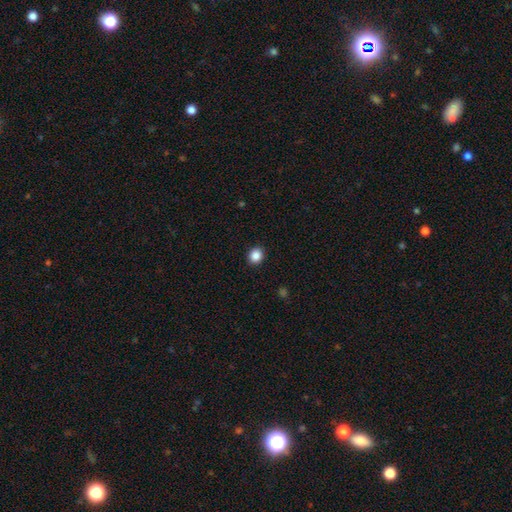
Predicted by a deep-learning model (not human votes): The model was most divided on "how rounded": round: 81%, in between: 18%, cigar-shaped: 1%. More confident: merging — none (91%); smooth or featured — smooth (87%).